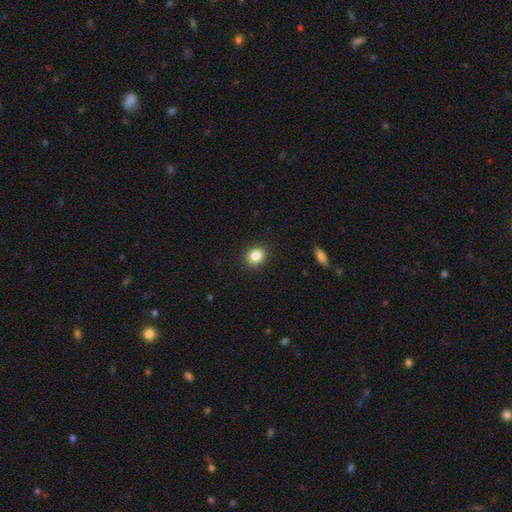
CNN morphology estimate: smooth_or_featured: smooth (p=0.85) [alt: star or artifact p=0.10]
how_rounded: round (p=0.61) [alt: in between p=0.38]
merging: none (p=0.89) [alt: minor disturbance p=0.08]